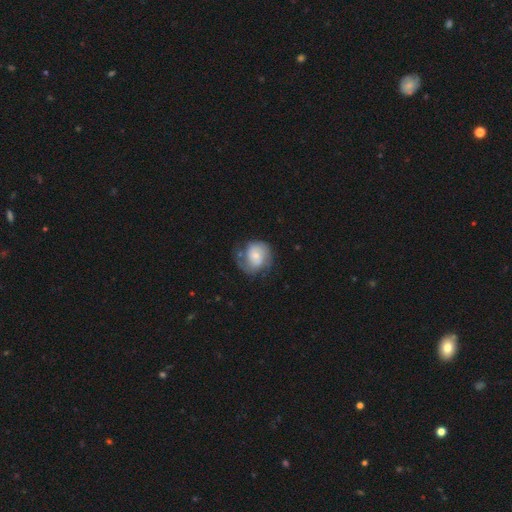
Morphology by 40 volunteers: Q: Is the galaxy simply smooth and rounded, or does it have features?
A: smooth — 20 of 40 (50%).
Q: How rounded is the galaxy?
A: round — 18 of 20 (90%).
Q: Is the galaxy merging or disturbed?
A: none — 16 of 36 (44%).